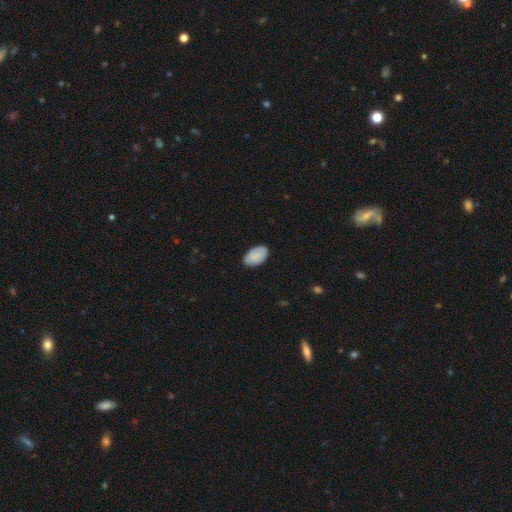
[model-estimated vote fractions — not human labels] smooth-or-featured: smooth: 85% | featured or disk: 9% | star or artifact: 6%
  how-rounded: in between: 93% | round: 6% | cigar-shaped: 1%
  merging: none: 82% | minor disturbance: 14% | major disturbance: 2% | merger: 1%